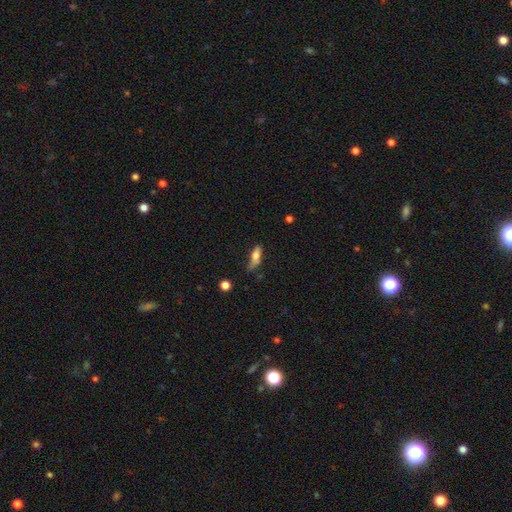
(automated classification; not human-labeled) A smooth galaxy with no disk features (70%) that is in between round and cigar-shaped (58%).

Vote fractions:
- Smooth or featured? smooth: 70% / featured or disk: 22% / star or artifact: 8%
- How rounded? in between: 58% / cigar-shaped: 39% / round: 3%
- Merging? none: 47% / minor disturbance: 36% / major disturbance: 13% / merger: 4%